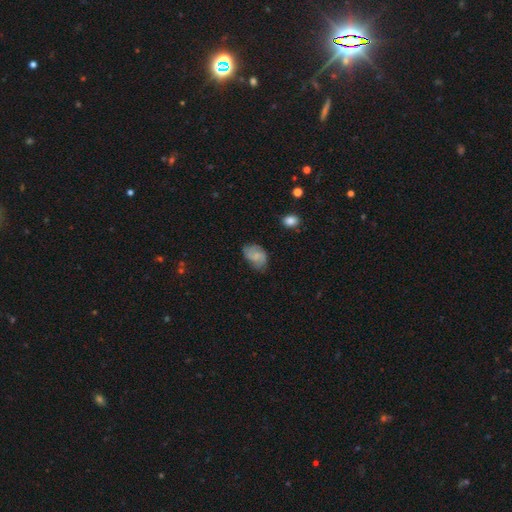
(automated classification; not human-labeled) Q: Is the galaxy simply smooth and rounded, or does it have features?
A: smooth — 58%.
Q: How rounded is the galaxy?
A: in between — 84%.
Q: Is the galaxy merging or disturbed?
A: none — 62%.